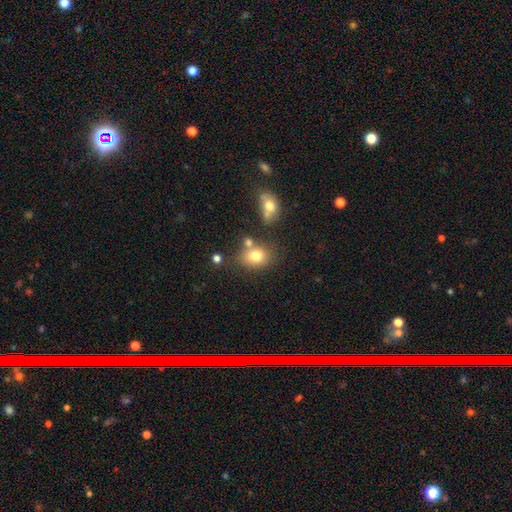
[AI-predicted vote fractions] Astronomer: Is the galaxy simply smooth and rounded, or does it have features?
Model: smooth — 77%.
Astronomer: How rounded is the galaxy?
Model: in between — 55% (runner-up: round, 44%).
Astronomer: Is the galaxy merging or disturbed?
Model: none — 62%.